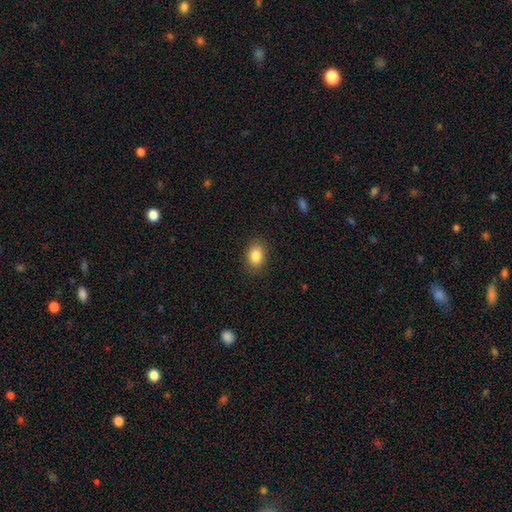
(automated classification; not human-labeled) Smooth or featured? Predicted: smooth (p=0.86). How rounded? Predicted: in between (p=0.71). Merging? Predicted: none (p=0.88).